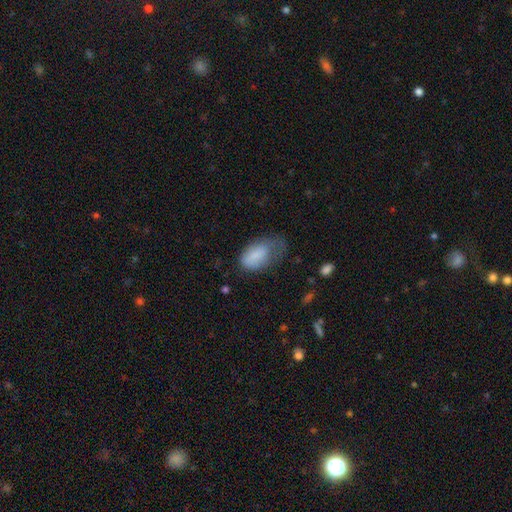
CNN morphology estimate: Overall: smooth (80%). How rounded: in between (93%). Merging: major disturbance (38%; minor disturbance 35%).